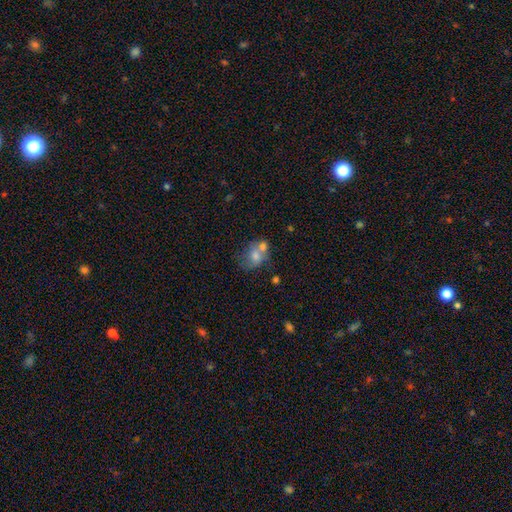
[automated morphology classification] smooth-or-featured: smooth: 64% | featured or disk: 25% | star or artifact: 11%
  how-rounded: in between: 53% | round: 46% | cigar-shaped: 1%
  merging: merger: 45% | none: 32% | minor disturbance: 15% | major disturbance: 8%